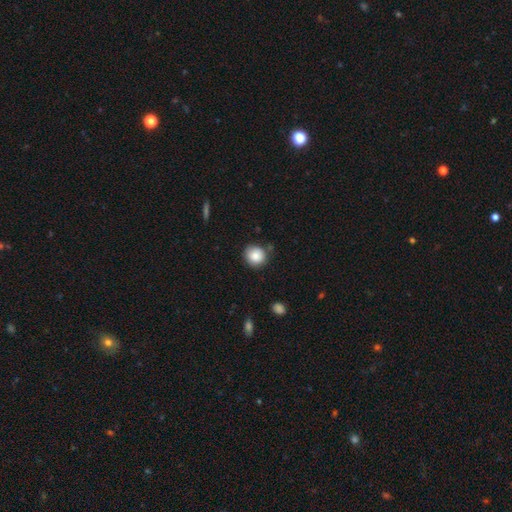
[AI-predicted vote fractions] smooth 85%, star or artifact 9%, featured or disk 6%. Down the decision tree: how rounded — round (90%); merging — none (79%).